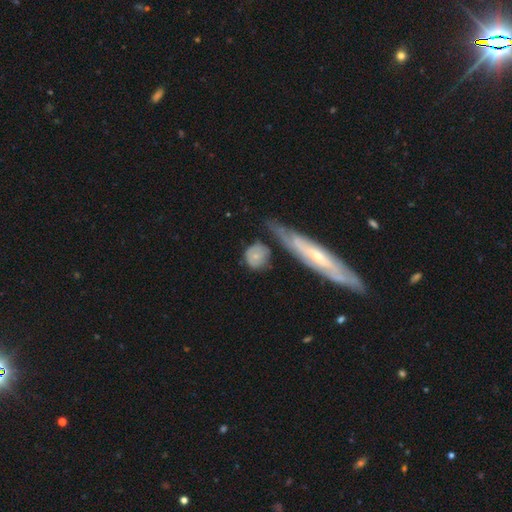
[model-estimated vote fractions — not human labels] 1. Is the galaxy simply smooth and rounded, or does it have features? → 63% smooth, 30% featured or disk, 7% star or artifact.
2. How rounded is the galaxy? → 80% round, 16% in between, 4% cigar-shaped.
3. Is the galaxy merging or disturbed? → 60% none, 19% minor disturbance, 12% merger, 9% major disturbance.